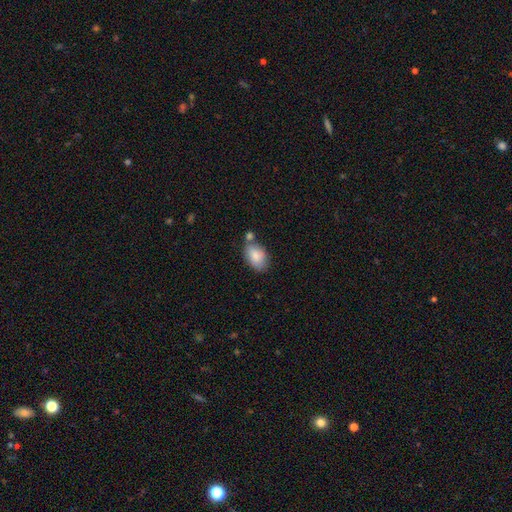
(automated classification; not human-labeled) Smooth or featured: smooth — 82% (featured or disk — 11%)
How rounded: in between — 89% (round — 10%)
Merging: none — 54% (merger — 20%)